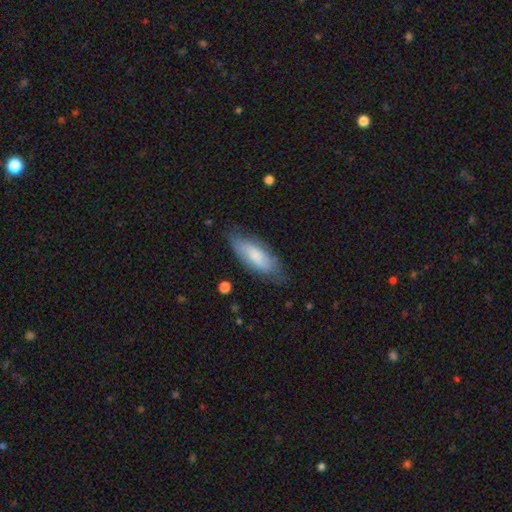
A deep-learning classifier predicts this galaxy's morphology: Q: Smooth or featured?
A: smooth (71%); runner-up: featured or disk (23%)
Q: How rounded?
A: in between (69%); runner-up: cigar-shaped (29%)
Q: Merging?
A: none (72%); runner-up: minor disturbance (21%)